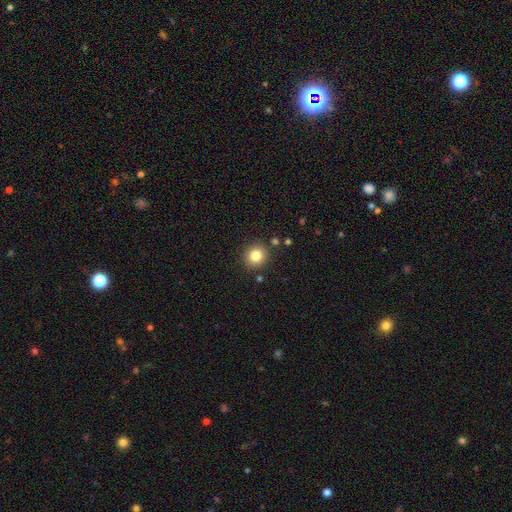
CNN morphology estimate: A smooth galaxy with no disk features (83%) that is round (89%).

Vote fractions:
- Smooth or featured? smooth: 83% / star or artifact: 11% / featured or disk: 6%
- How rounded? round: 89% / in between: 10% / cigar-shaped: 1%
- Merging? none: 87% / minor disturbance: 8% / merger: 3% / major disturbance: 2%